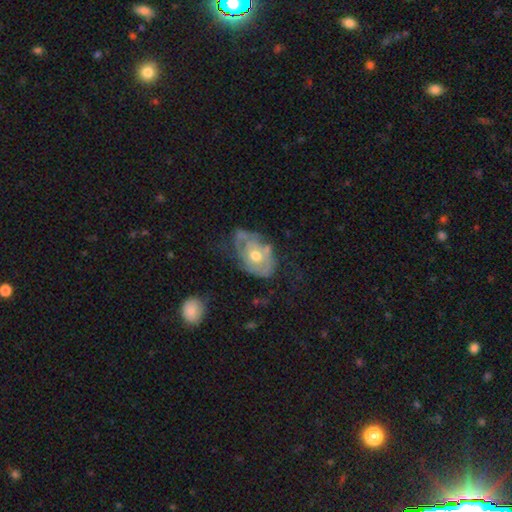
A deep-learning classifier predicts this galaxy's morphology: smooth-or-featured: featured or disk: 65% | smooth: 28% | star or artifact: 6%
  disk-edge-on: no: 94% | yes: 6%
    bar: no: 84% | weak: 13% | strong: 3%
    has-spiral-arms: yes: 53% | no: 47%
    bulge-size: moderate: 76% | small: 17% | large: 6% | none: 1% | dominant: 1%
  merging: none: 43% | minor disturbance: 32% | major disturbance: 20% | merger: 5%